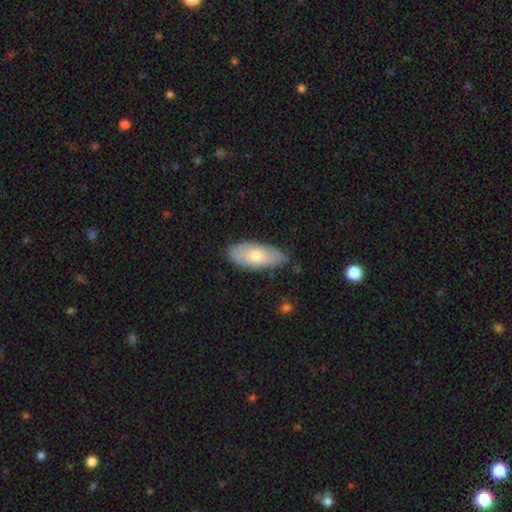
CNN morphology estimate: Smooth or featured? smooth (64%)
How rounded? in between (86%)
Merging? none (74%)